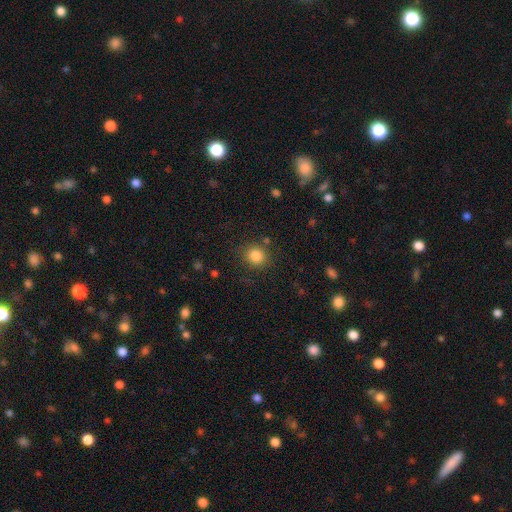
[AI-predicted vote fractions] Q: Smooth or featured?
A: smooth (84%); runner-up: star or artifact (11%)
Q: How rounded?
A: round (85%); runner-up: in between (14%)
Q: Merging?
A: none (84%); runner-up: minor disturbance (10%)